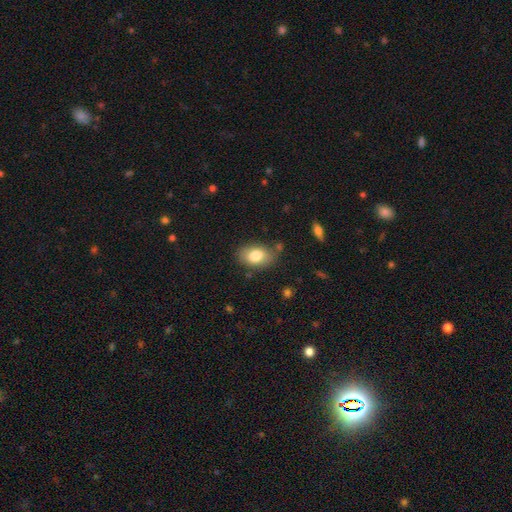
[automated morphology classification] smooth-or-featured: smooth: 79% | featured or disk: 13% | star or artifact: 8%
  how-rounded: in between: 86% | round: 13% | cigar-shaped: 1%
  merging: none: 77% | minor disturbance: 16% | major disturbance: 4% | merger: 4%